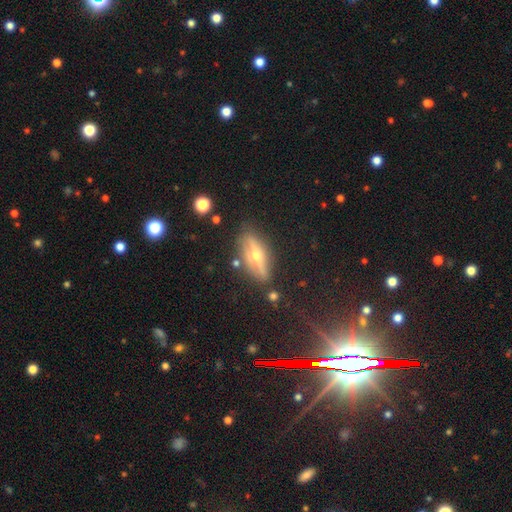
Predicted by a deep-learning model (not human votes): This appears to be a featured or disk galaxy (41%). Merging: none (78%).